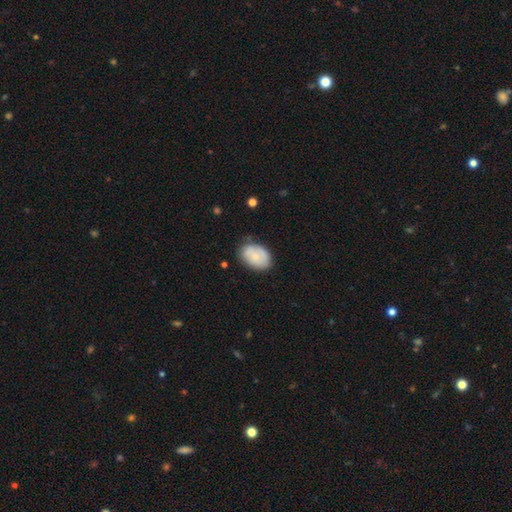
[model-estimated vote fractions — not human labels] smooth 68%, featured or disk 26%, star or artifact 7%. Down the decision tree: how rounded — in between (80%); merging — none (67%).